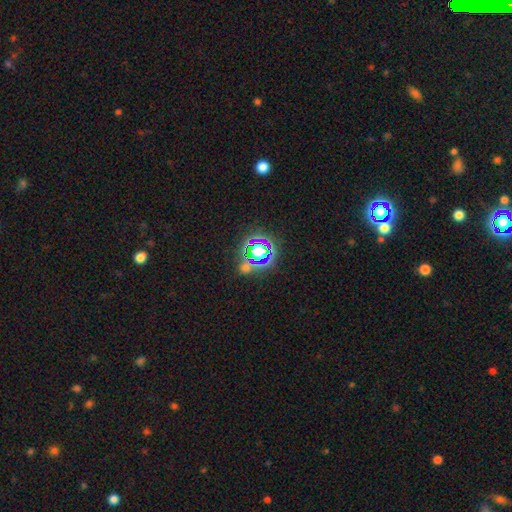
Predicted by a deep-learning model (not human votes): A star or artifact, not a galaxy (78%).